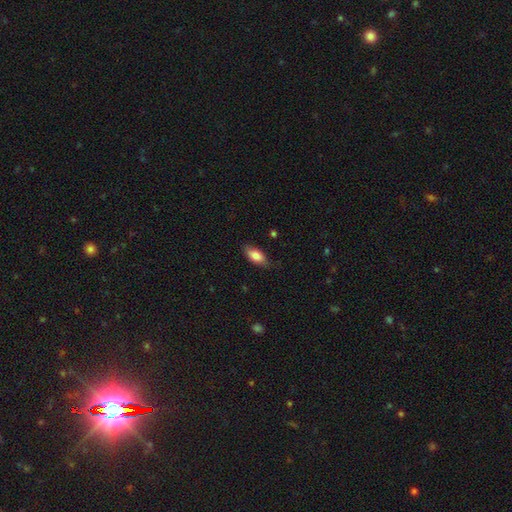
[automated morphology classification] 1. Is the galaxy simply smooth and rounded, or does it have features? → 81% smooth, 12% featured or disk, 6% star or artifact.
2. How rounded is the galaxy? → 85% in between, 12% cigar-shaped, 3% round.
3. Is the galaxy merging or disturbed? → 79% none, 17% minor disturbance, 3% major disturbance, 1% merger.